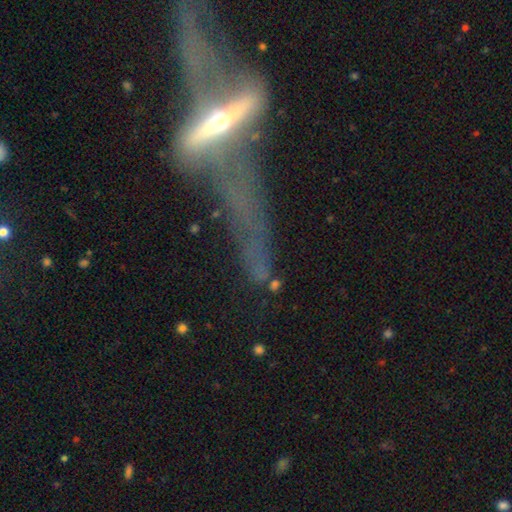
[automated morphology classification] Smooth or featured? featured or disk (52%)
Edge-on disk? yes (66%)
Merging? none (40%)